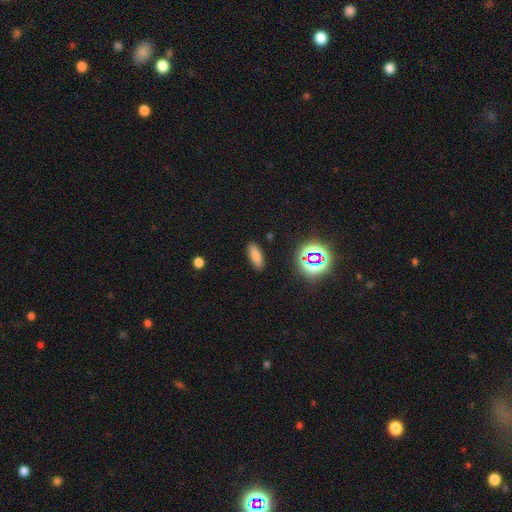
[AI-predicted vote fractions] A smooth galaxy with no disk features (77%) that is in between round and cigar-shaped (68%). Merging: none (88%).